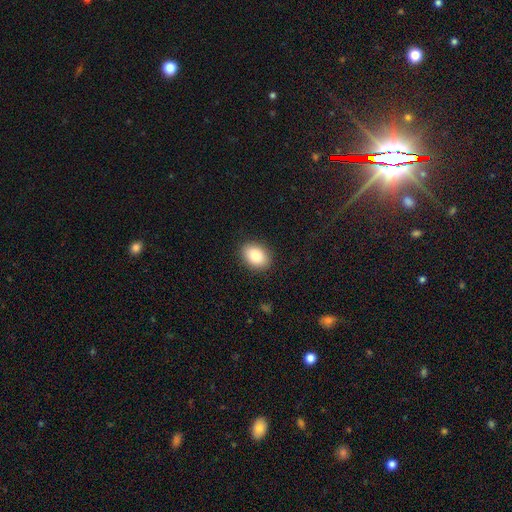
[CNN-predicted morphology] This appears to be a smooth galaxy with no disk features (84%) that is in between round and cigar-shaped (74%). Merging: none (89%).